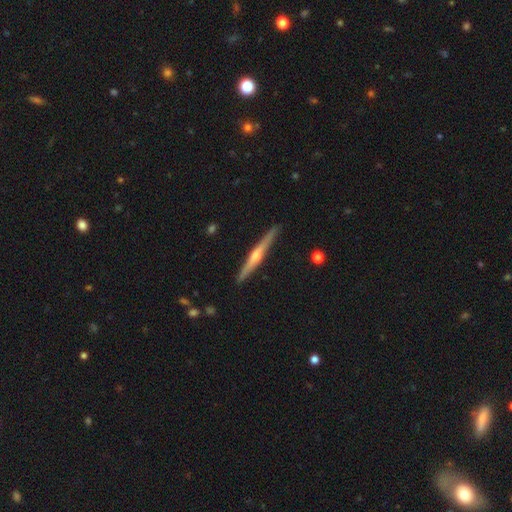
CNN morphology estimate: Smooth or featured? Predicted: featured or disk (p=0.77). Edge-on disk? Predicted: yes (p=0.98). Edge-on bulge? Predicted: rounded (p=0.84). Merging? Predicted: none (p=0.91).